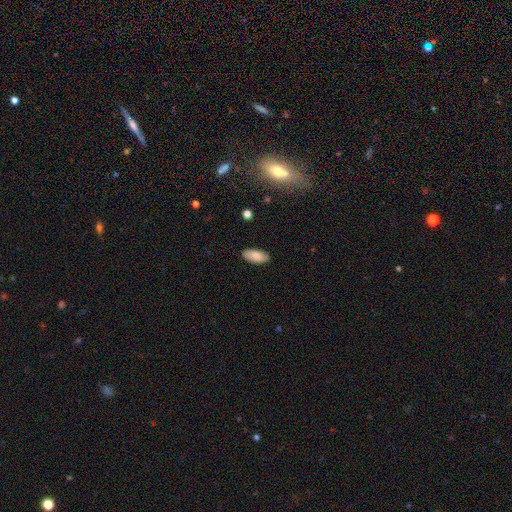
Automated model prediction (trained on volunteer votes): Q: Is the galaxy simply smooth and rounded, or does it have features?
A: smooth — 84%.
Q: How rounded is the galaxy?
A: in between — 91%.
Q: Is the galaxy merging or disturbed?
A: none — 86%.